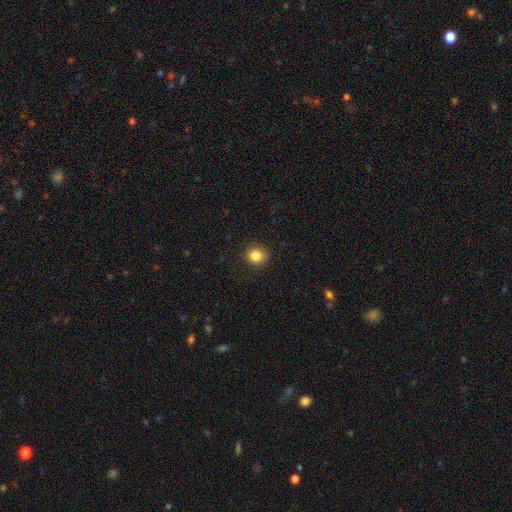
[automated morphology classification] type=smooth (84%); roundness=round (85%); merging=none (90%).